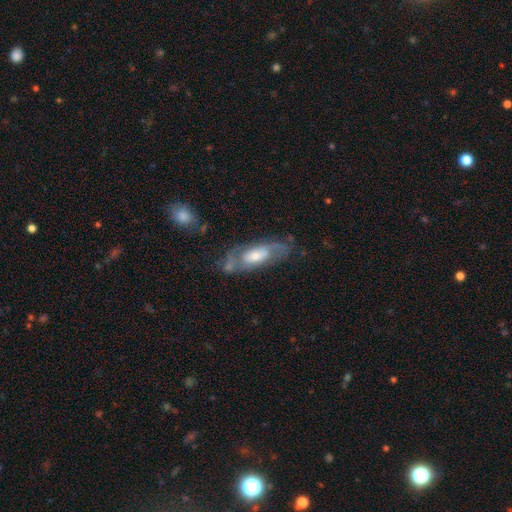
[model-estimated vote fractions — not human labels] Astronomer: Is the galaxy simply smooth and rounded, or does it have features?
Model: featured or disk — 60%.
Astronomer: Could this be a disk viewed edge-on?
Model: no — 83%.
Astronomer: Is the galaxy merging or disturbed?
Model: none — 53%.